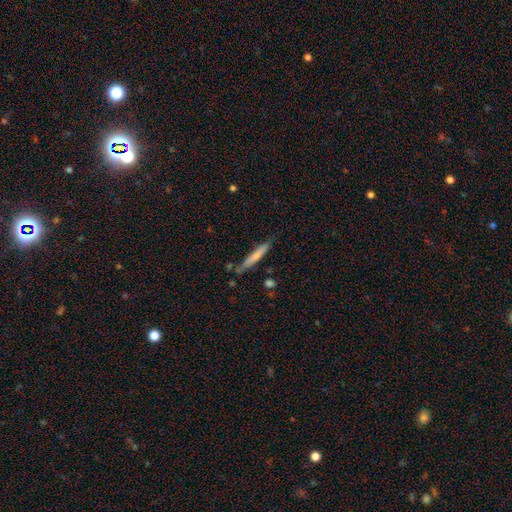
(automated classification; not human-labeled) A smooth galaxy with no disk features (68%) that is cigar-shaped (94%). Merging: none (76%).